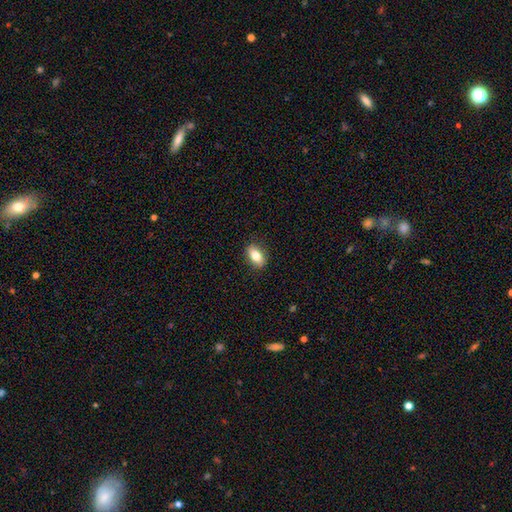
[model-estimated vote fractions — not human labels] Smooth or featured: smooth — 79% (featured or disk — 13%)
How rounded: in between — 86% (round — 8%)
Merging: none — 87% (minor disturbance — 10%)